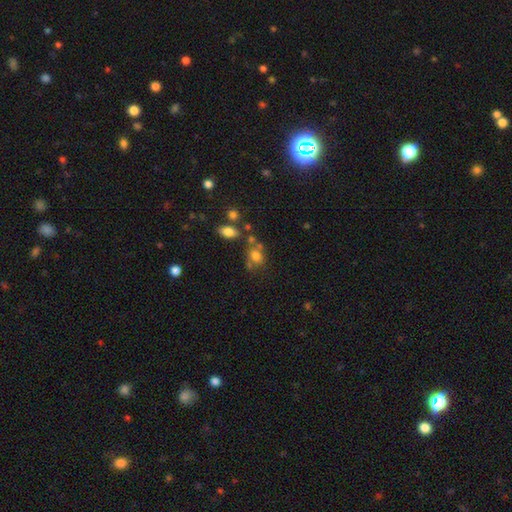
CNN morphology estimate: smooth_or_featured: smooth (p=0.71) [alt: featured or disk p=0.14]
how_rounded: in between (p=0.58) [alt: round p=0.40]
merging: none (p=0.48) [alt: merger p=0.25]